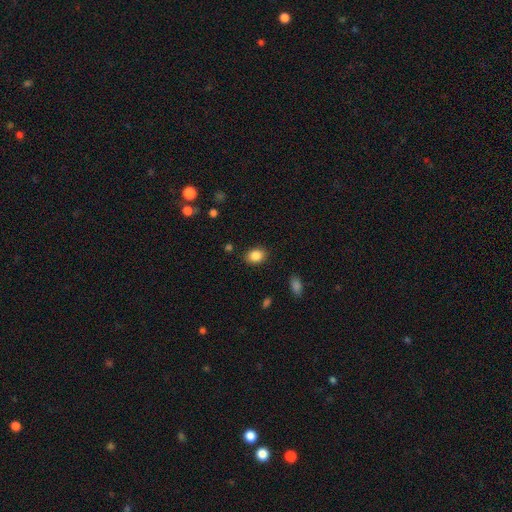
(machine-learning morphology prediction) type=smooth (86%); roundness=in between (64%); merging=none (86%).